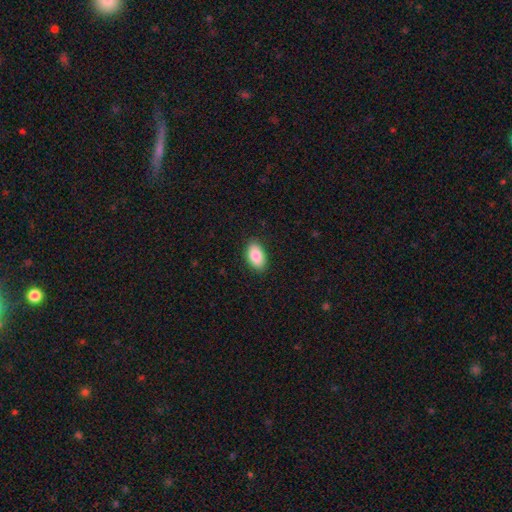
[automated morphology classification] A smooth galaxy with no disk features (87%) that is in between round and cigar-shaped (94%). Merging: none (88%).